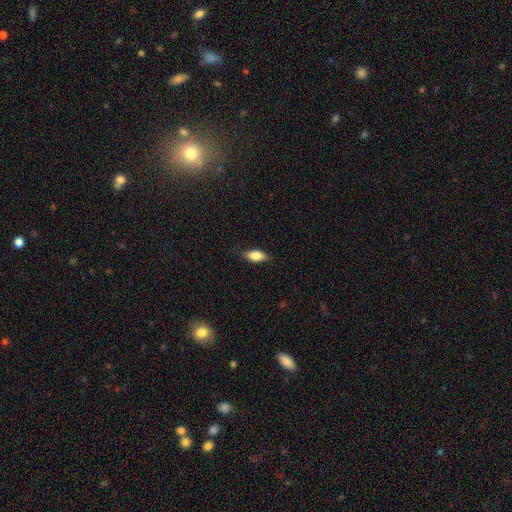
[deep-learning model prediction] A smooth galaxy with no disk features (81%) that is in between round and cigar-shaped (82%).

Vote fractions:
- Smooth or featured? smooth: 81% / featured or disk: 12% / star or artifact: 7%
- How rounded? in between: 82% / cigar-shaped: 14% / round: 4%
- Merging? none: 79% / minor disturbance: 17% / major disturbance: 3% / merger: 1%